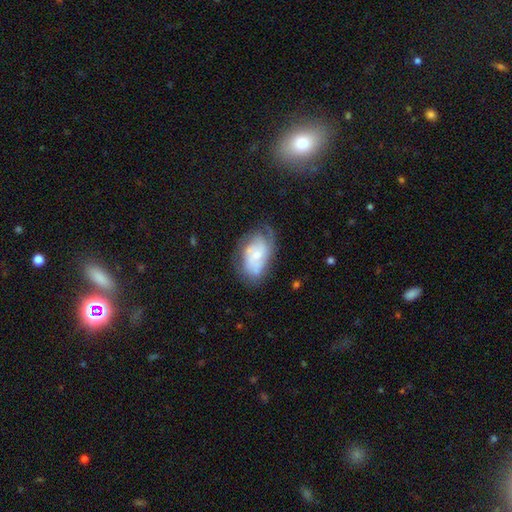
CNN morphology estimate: This is likely a featured or disk galaxy (62%). It is clearly not viewed edge-on (96%). Bar: likely no (74%). Spiral arm pattern: likely yes (78%). Central bulge: possibly small (55%). Merging: possibly none (54%).